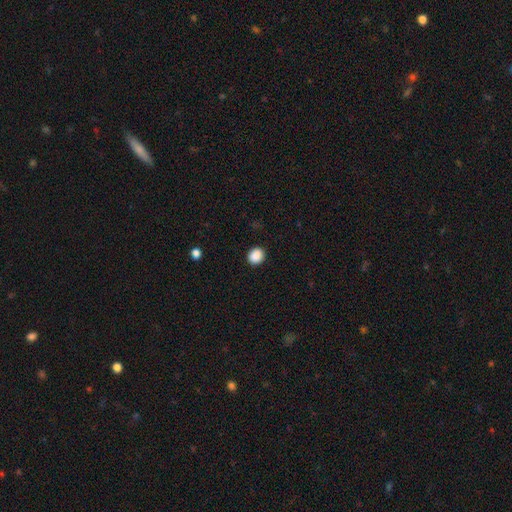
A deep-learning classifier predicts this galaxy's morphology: This is clearly a smooth galaxy (89%). How rounded: likely round (74%). Merging: clearly none (91%).